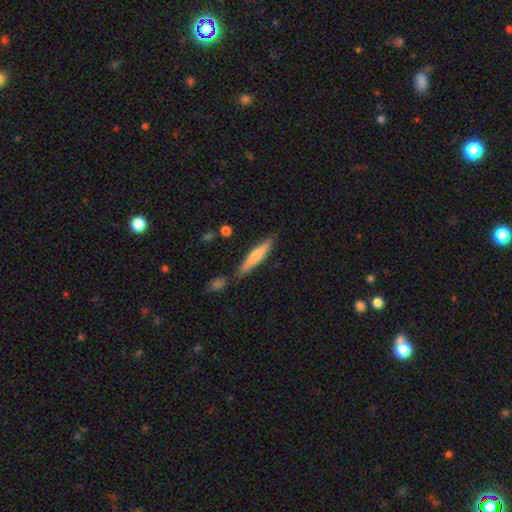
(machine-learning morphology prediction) smooth_or_featured: smooth (p=0.60) [alt: featured or disk p=0.34]
how_rounded: cigar-shaped (p=0.88) [alt: in between p=0.10]
merging: none (p=0.74) [alt: minor disturbance p=0.13]